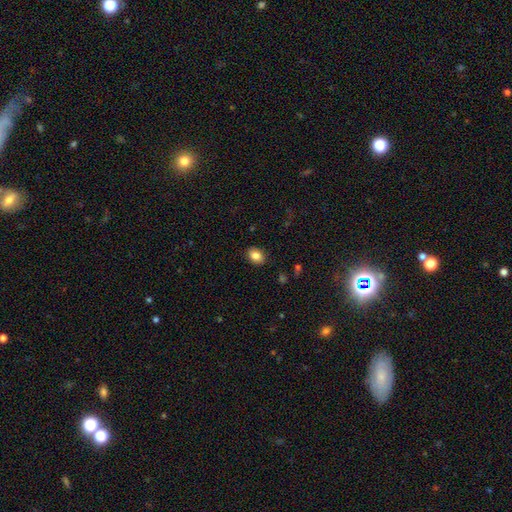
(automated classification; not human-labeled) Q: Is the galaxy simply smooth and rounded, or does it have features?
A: smooth — 85%.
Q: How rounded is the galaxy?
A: in between — 73%.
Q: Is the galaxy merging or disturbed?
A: none — 88%.